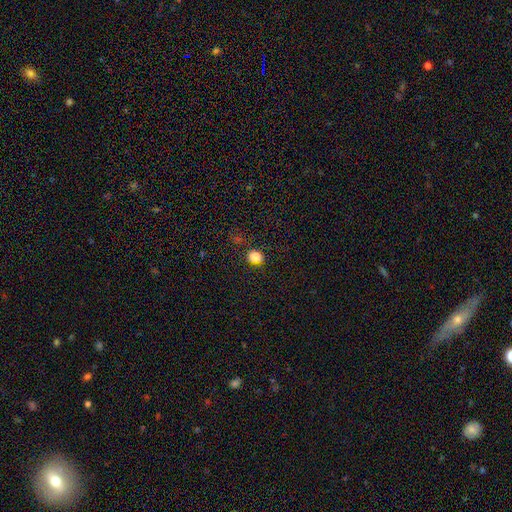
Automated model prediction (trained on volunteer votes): Overall: smooth (80%). How rounded: round (78%). Merging: none (86%).